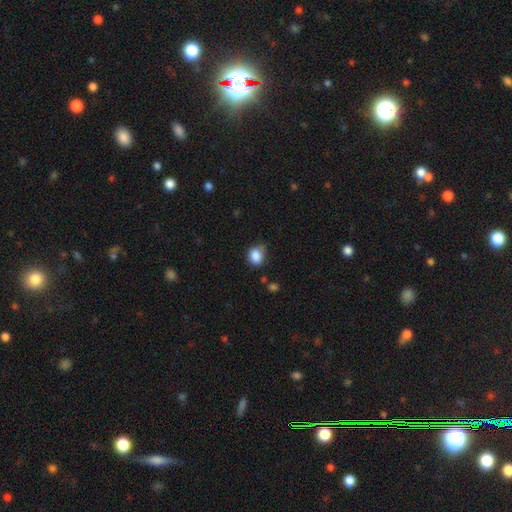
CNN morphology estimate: smooth_or_featured: smooth (p=0.86) [alt: star or artifact p=0.09]
how_rounded: round (p=0.53) [alt: in between p=0.46]
merging: none (p=0.56) [alt: minor disturbance p=0.32]